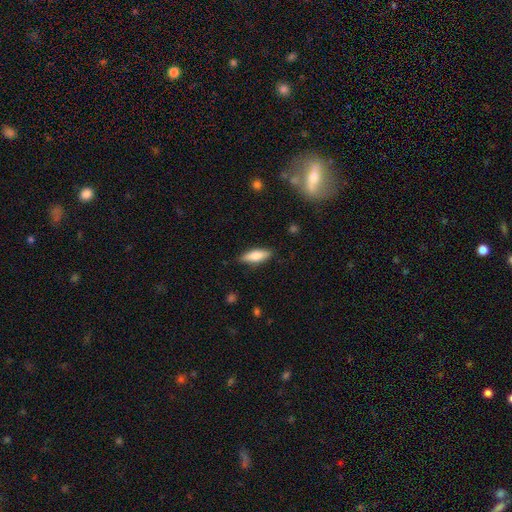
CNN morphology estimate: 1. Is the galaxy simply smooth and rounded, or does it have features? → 73% smooth, 21% featured or disk, 6% star or artifact.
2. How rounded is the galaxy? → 57% in between, 41% cigar-shaped, 2% round.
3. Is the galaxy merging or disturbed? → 85% none, 11% minor disturbance, 2% major disturbance, 1% merger.